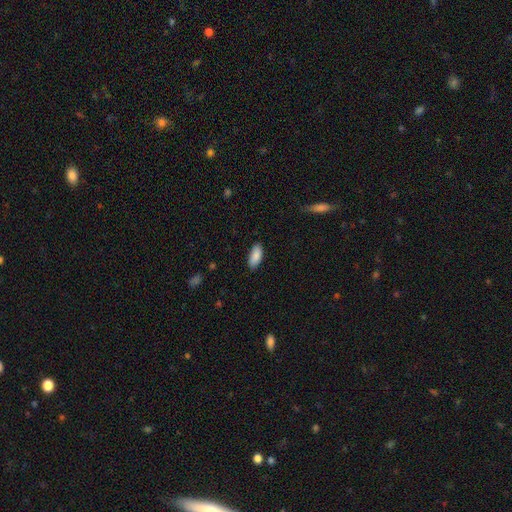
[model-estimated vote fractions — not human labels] A smooth galaxy with no disk features (89%) that is in between round and cigar-shaped (88%).

Vote fractions:
- Smooth or featured? smooth: 89% / star or artifact: 6% / featured or disk: 5%
- How rounded? in between: 88% / cigar-shaped: 11% / round: 2%
- Merging? none: 86% / minor disturbance: 11% / major disturbance: 2% / merger: 1%